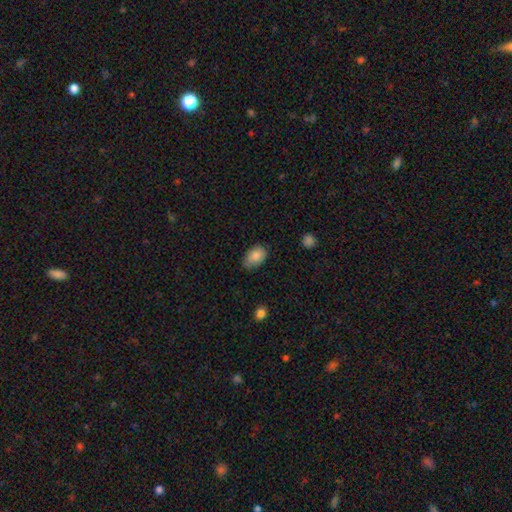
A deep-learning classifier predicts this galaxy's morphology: smooth 85%, star or artifact 7%, featured or disk 7%. Down the decision tree: how rounded — in between (89%); merging — none (67%).